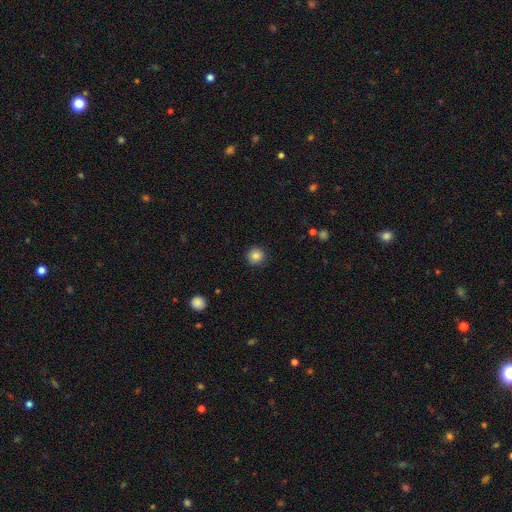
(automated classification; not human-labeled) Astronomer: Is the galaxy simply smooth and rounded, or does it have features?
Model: smooth — 84%.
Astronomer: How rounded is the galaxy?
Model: round — 94%.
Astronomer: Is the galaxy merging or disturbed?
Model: none — 91%.